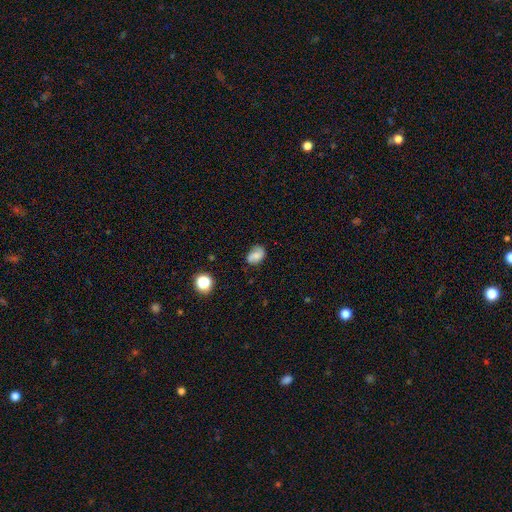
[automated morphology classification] A smooth galaxy with no disk features (64%) that is in between round and cigar-shaped (76%).

Vote fractions:
- Smooth or featured? smooth: 64% / featured or disk: 24% / star or artifact: 11%
- How rounded? in between: 76% / round: 22% / cigar-shaped: 1%
- Merging? none: 67% / minor disturbance: 24% / major disturbance: 7% / merger: 2%